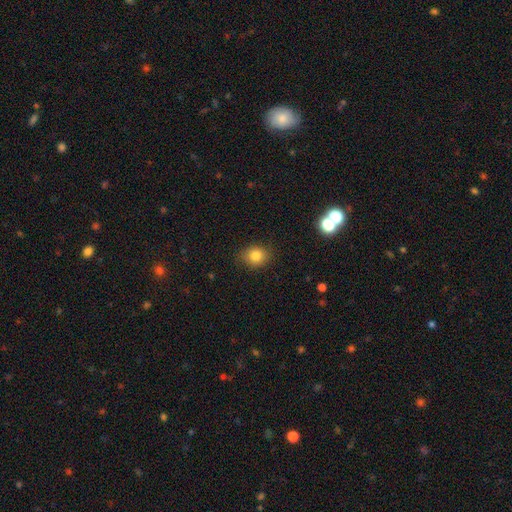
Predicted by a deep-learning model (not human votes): Smooth or featured? Predicted: smooth (p=0.83). How rounded? Predicted: round (p=0.65). Merging? Predicted: none (p=0.84).